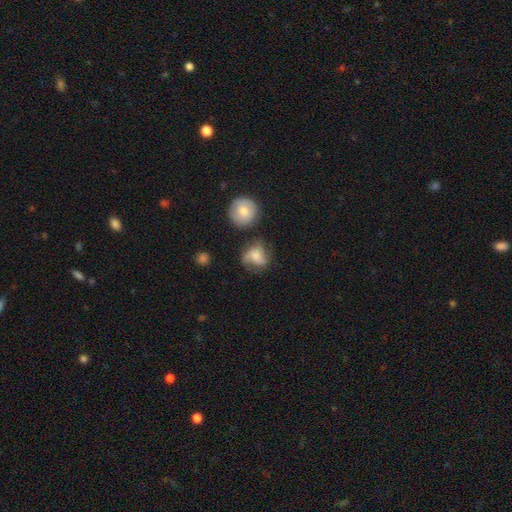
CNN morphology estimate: smooth_or_featured: smooth (p=0.46) [alt: featured or disk p=0.44]
merging: none (p=0.49) [alt: minor disturbance p=0.24]